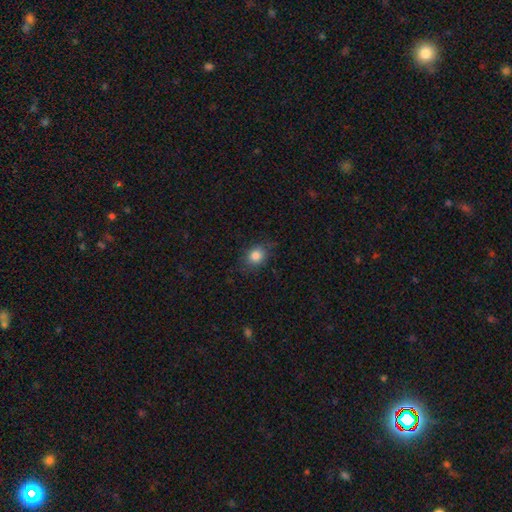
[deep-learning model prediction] Q: Smooth or featured?
A: smooth (83%); runner-up: star or artifact (10%)
Q: How rounded?
A: round (57%); runner-up: in between (42%)
Q: Merging?
A: none (78%); runner-up: minor disturbance (16%)